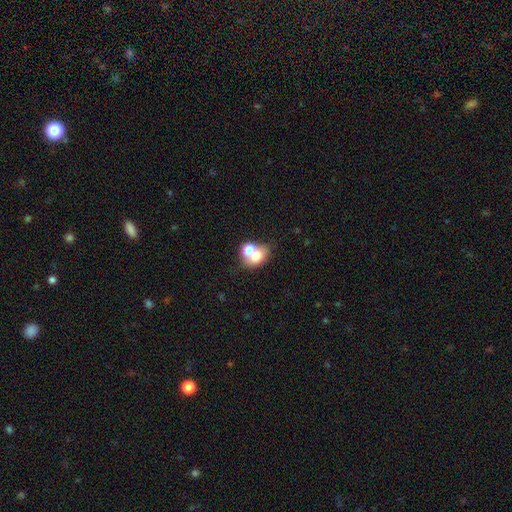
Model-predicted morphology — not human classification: Smooth or featured: smooth — 67% (featured or disk — 21%)
How rounded: in between — 55% (round — 43%)
Merging: merger — 57% (none — 30%)